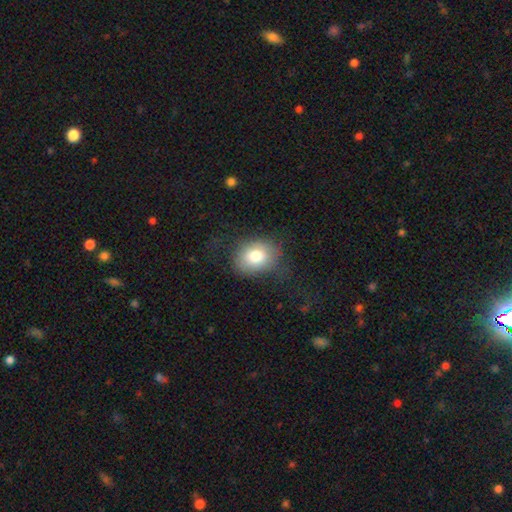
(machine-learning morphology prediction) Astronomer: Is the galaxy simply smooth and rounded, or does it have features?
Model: smooth — 79%.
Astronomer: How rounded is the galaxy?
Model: in between — 58% (runner-up: round, 41%).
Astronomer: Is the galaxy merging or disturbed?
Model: none — 68%.